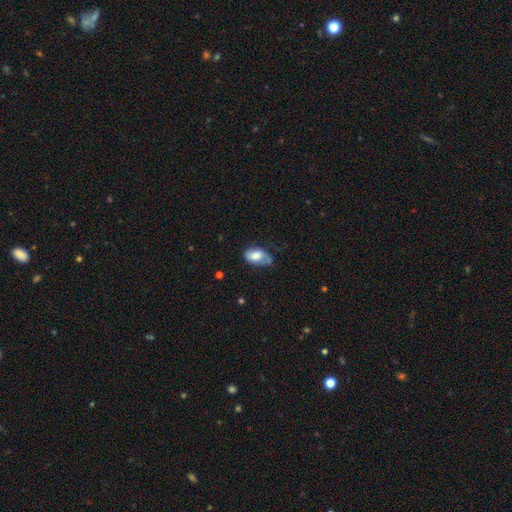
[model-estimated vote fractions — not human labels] Q: Smooth or featured?
A: smooth (68%); runner-up: featured or disk (25%)
Q: How rounded?
A: in between (91%); runner-up: round (7%)
Q: Merging?
A: minor disturbance (40%); runner-up: none (35%)